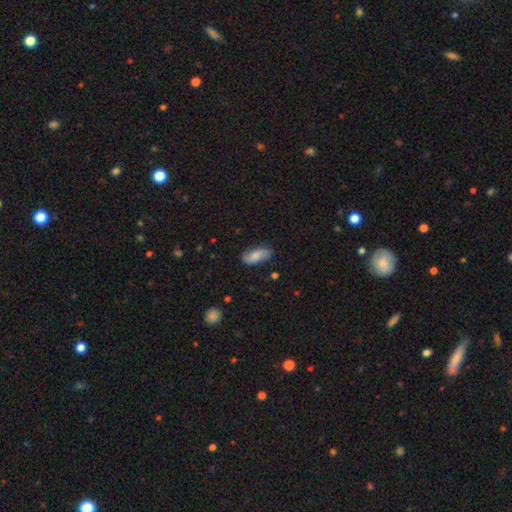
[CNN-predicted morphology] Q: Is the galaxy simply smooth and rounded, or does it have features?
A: smooth — 78%.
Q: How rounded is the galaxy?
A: in between — 85%.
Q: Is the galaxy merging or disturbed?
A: none — 77%.